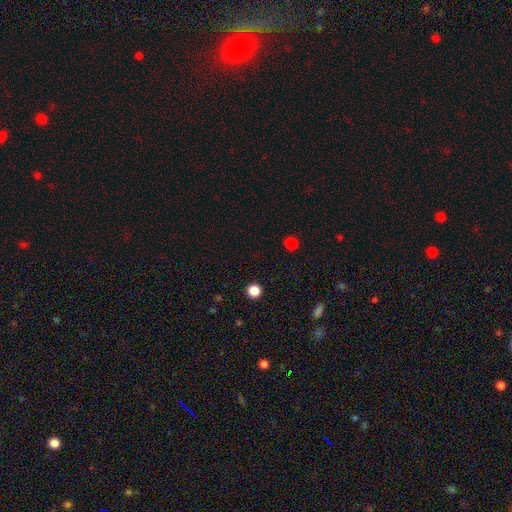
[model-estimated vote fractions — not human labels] smooth 61%, star or artifact 35%, featured or disk 4%. Down the decision tree: how rounded — round (90%); merging — none (90%).